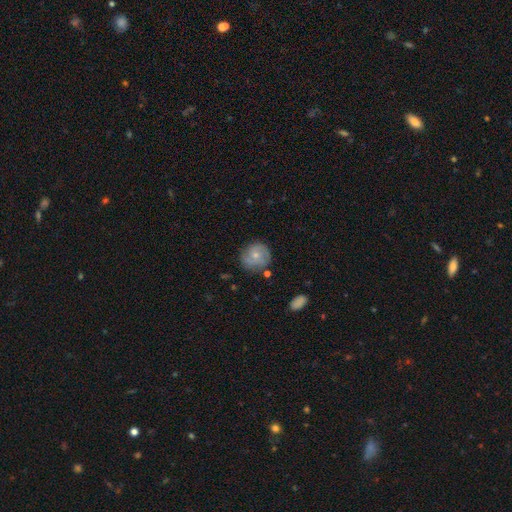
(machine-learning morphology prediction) A smooth galaxy with no disk features (47%). Merging: none (74%).